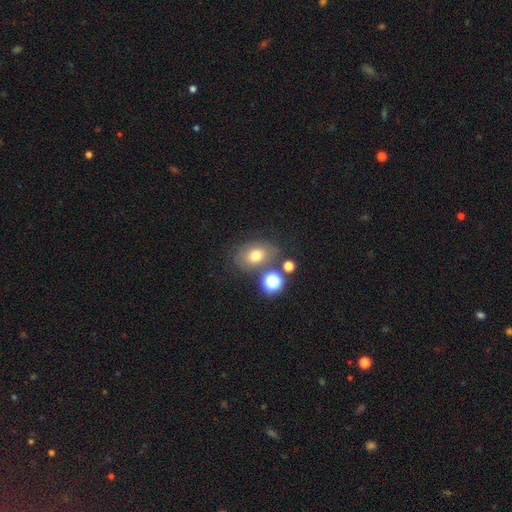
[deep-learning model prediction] A smooth galaxy with no disk features (69%) that is in between round and cigar-shaped (64%). Merging: none (66%).